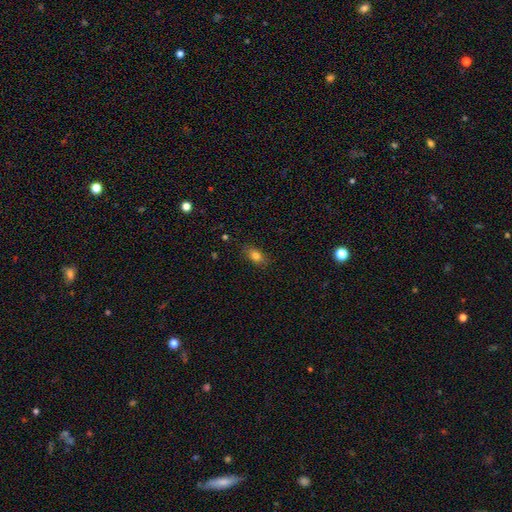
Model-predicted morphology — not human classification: This is clearly a smooth galaxy (82%). How rounded: clearly in between (83%). Merging: clearly none (84%).